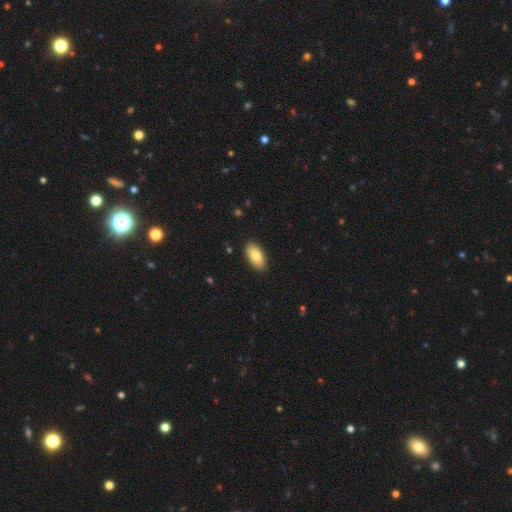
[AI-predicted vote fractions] Overall: smooth (79%). How rounded: in between (93%). Merging: none (89%).